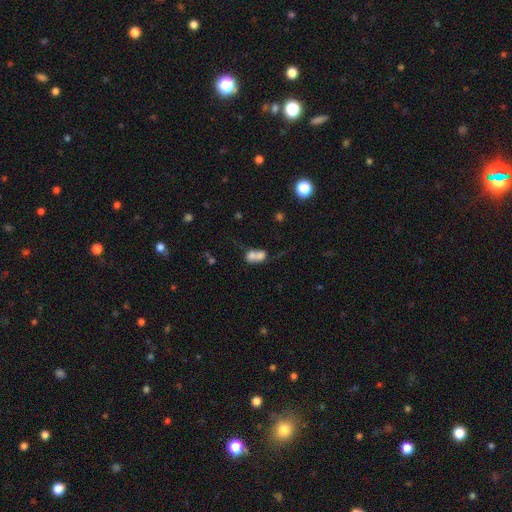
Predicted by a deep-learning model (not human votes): A smooth galaxy with no disk features (69%) that is in between round and cigar-shaped (53%). Merging: merger (73%).